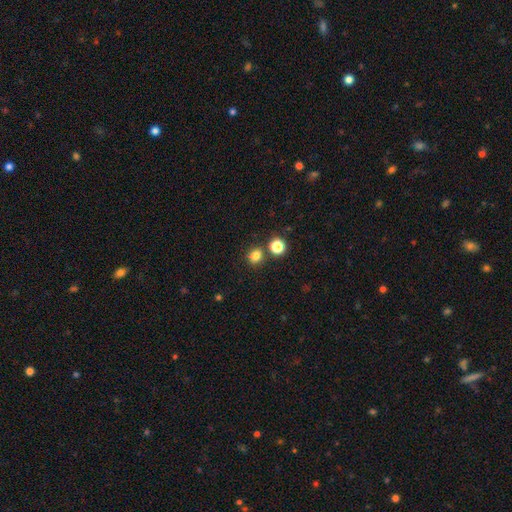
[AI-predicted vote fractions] This is clearly a smooth galaxy (80%). How rounded: likely round (76%). Merging: likely none (74%).